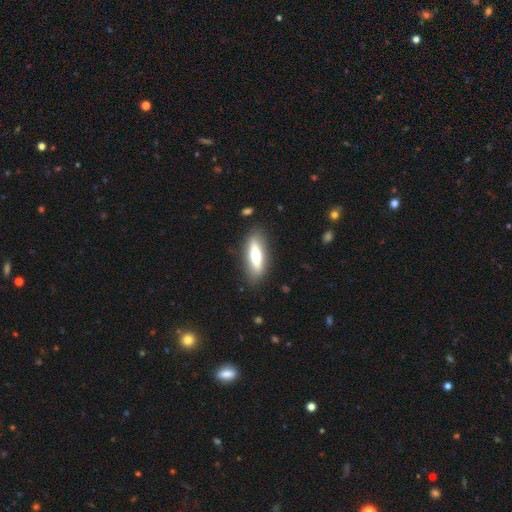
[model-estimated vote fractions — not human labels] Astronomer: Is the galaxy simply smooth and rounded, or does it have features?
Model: smooth — 51% (runner-up: featured or disk, 43%).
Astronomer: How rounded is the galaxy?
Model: cigar-shaped — 56% (runner-up: in between, 41%).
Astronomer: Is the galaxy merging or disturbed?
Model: none — 86%.